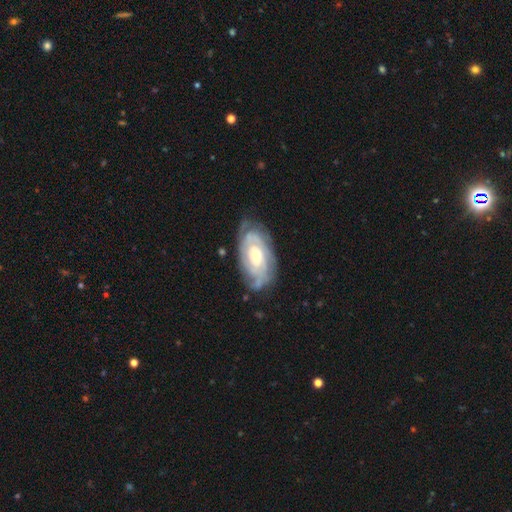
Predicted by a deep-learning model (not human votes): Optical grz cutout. It shows a featured or disk galaxy (80%) with no bar (70%), tight (72%) spiral arms (91%) and a moderate central bulge (59%). Merging: none (72%).